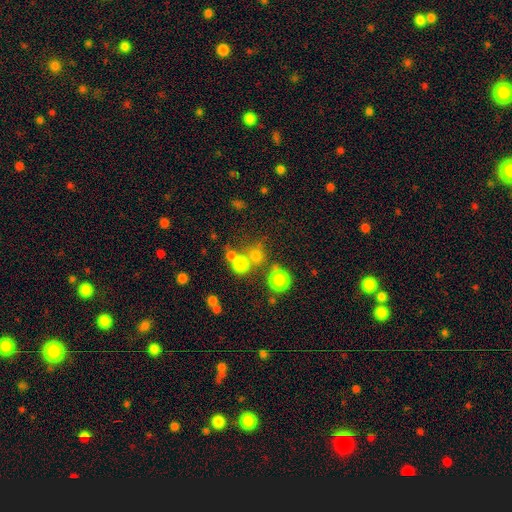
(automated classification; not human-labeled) Smooth or featured: smooth — 72% (star or artifact — 19%)
How rounded: round — 88% (in between — 10%)
Merging: none — 62% (merger — 25%)